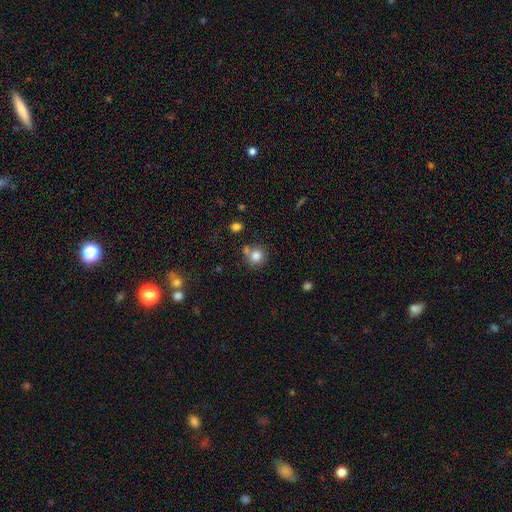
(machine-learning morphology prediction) smooth-or-featured: smooth: 82% | star or artifact: 11% | featured or disk: 8%
  how-rounded: round: 88% | in between: 11% | cigar-shaped: 1%
  merging: none: 63% | merger: 22% | minor disturbance: 11% | major disturbance: 4%